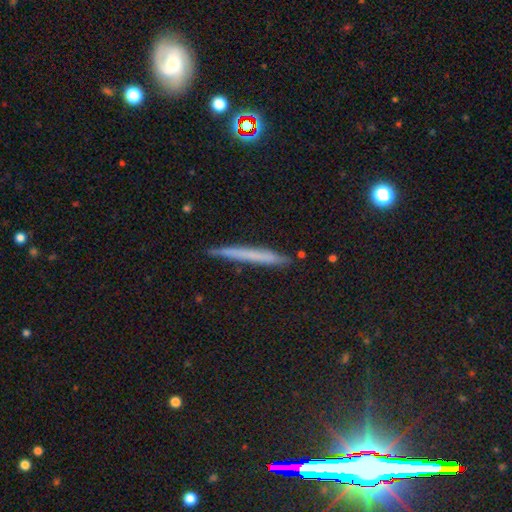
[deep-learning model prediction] This is possibly a smooth galaxy (57%). How rounded: clearly cigar-shaped (96%). Merging: clearly none (87%).